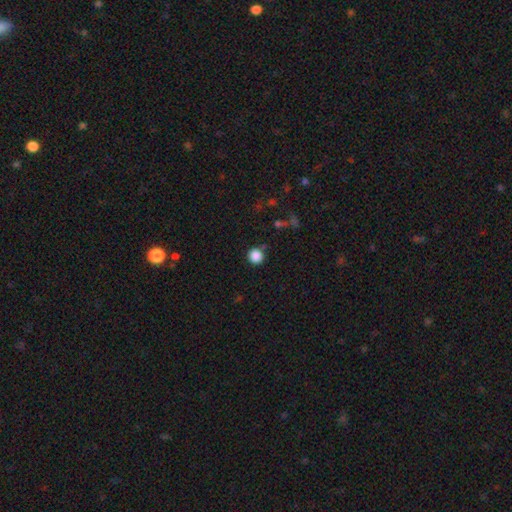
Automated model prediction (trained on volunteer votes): The model was most divided on "smooth or featured": smooth: 86%, star or artifact: 11%, featured or disk: 3%. More confident: how rounded — round (95%); merging — none (86%).